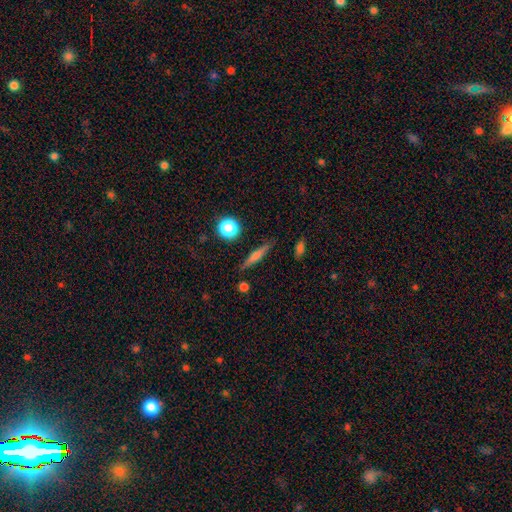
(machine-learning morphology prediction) Smooth or featured?
  - smooth: 54% *
  - featured or disk: 37%
  - star or artifact: 9%
How rounded?
  - cigar-shaped: 81% *
  - in between: 12%
  - round: 7%
Merging?
  - none: 85% *
  - minor disturbance: 10%
  - major disturbance: 2%
  - merger: 2%